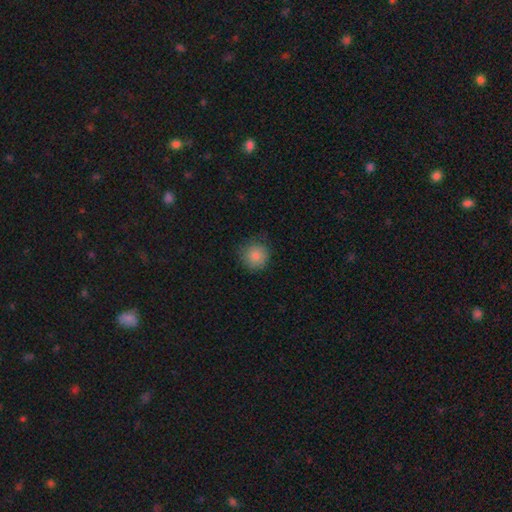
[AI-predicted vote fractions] Morphology: type=smooth (87%); roundness=round (93%); merging=none (78%).